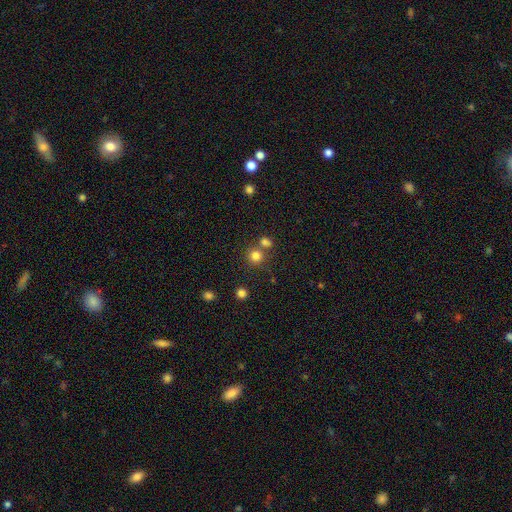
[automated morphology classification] type=smooth (80%); roundness=round (90%); merging=none (65%).